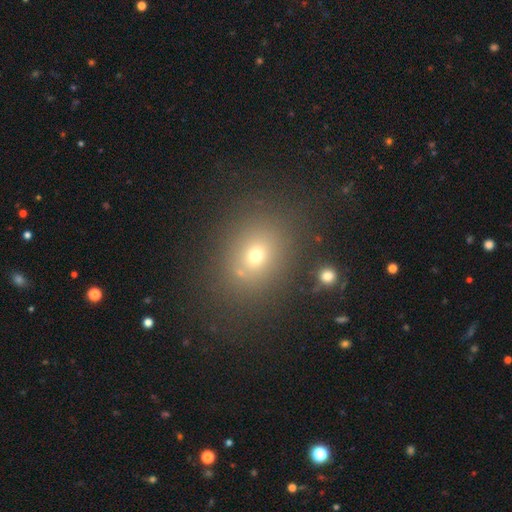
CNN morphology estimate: type=smooth (62%); roundness=round (54%); merging=none (79%).